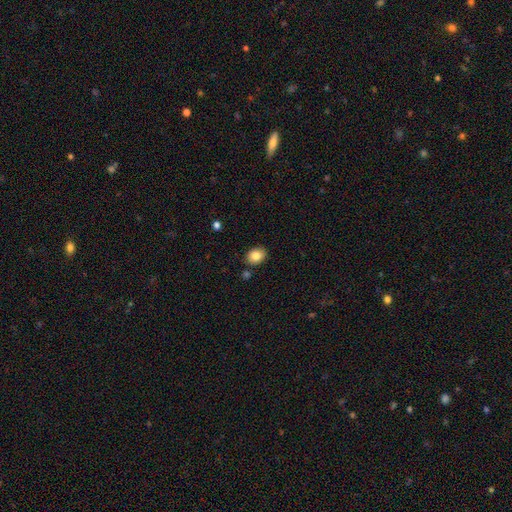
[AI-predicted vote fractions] Morphology: type=smooth (85%); roundness=in between (67%); merging=none (84%).